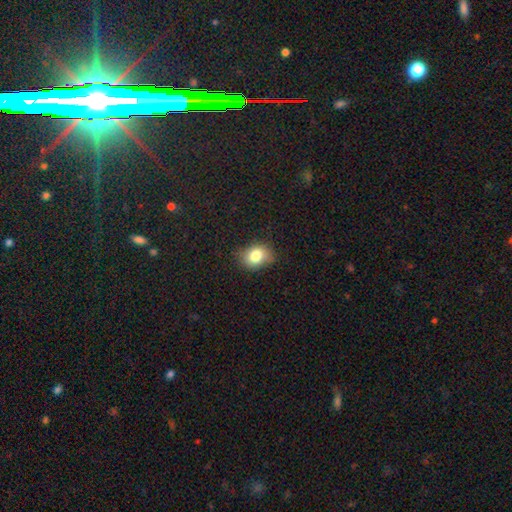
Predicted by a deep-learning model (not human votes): smooth-or-featured: smooth: 80% | star or artifact: 10% | featured or disk: 10%
  how-rounded: in between: 58% | round: 40% | cigar-shaped: 1%
  merging: none: 75% | minor disturbance: 20% | major disturbance: 4% | merger: 1%